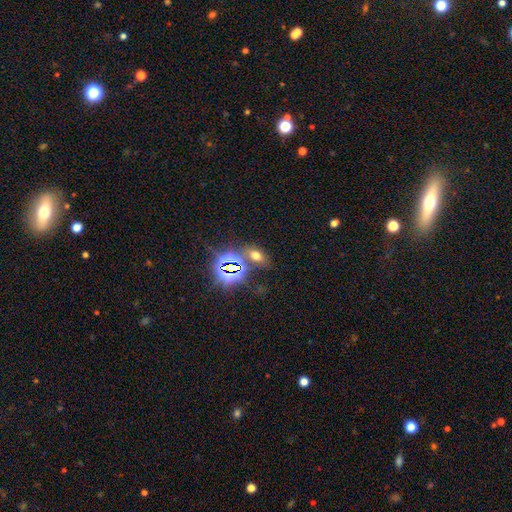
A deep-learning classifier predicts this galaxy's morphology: smooth-or-featured: smooth: 50% | star or artifact: 40% | featured or disk: 10%
  how-rounded: in between: 82% | round: 15% | cigar-shaped: 3%
  merging: none: 71% | merger: 13% | minor disturbance: 11% | major disturbance: 5%